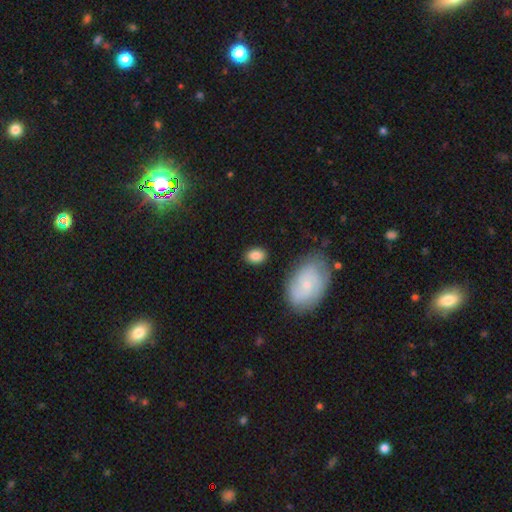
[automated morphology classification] smooth 85%, featured or disk 8%, star or artifact 7%. Down the decision tree: how rounded — in between (78%); merging — none (82%).